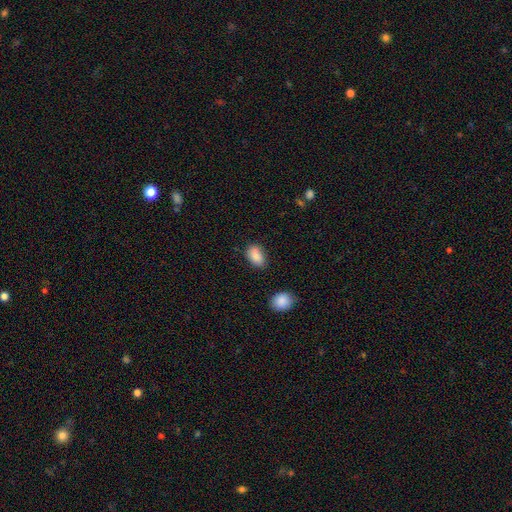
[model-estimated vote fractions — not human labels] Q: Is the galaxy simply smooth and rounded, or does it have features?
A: smooth — 88%.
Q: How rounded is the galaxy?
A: in between — 89%.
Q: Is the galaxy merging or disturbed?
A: none — 77%.